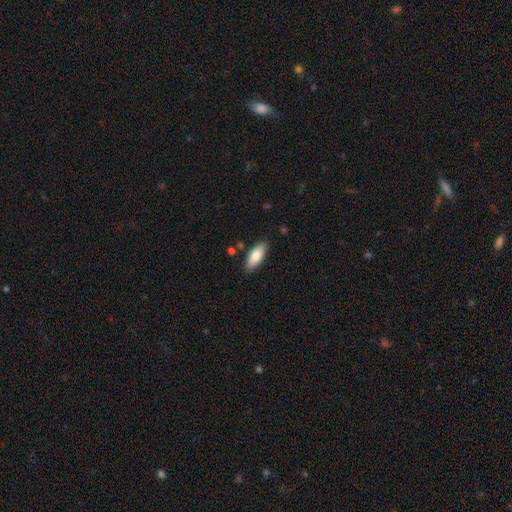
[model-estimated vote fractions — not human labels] This is clearly a smooth galaxy (80%). How rounded: likely in between (79%). Merging: clearly none (85%).